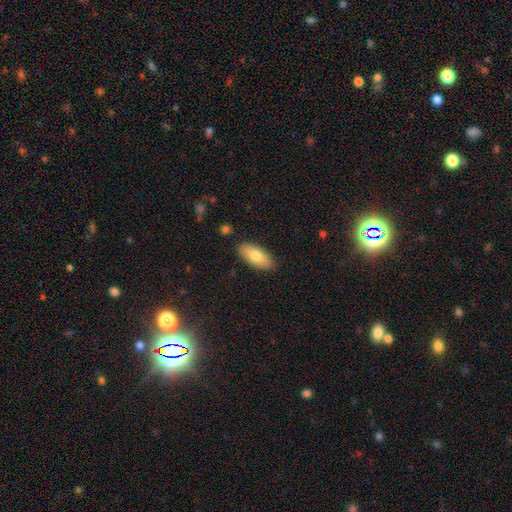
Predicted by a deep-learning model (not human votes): Smooth or featured? smooth (78%)
How rounded? in between (85%)
Merging? none (87%)